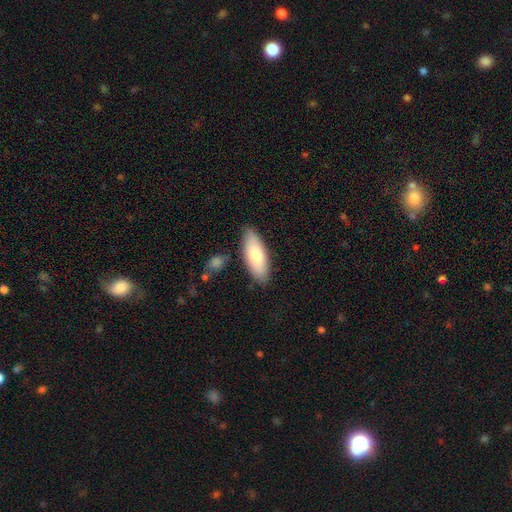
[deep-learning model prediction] A smooth galaxy with no disk features (76%) that is in between round and cigar-shaped (74%). Merging: none (83%).